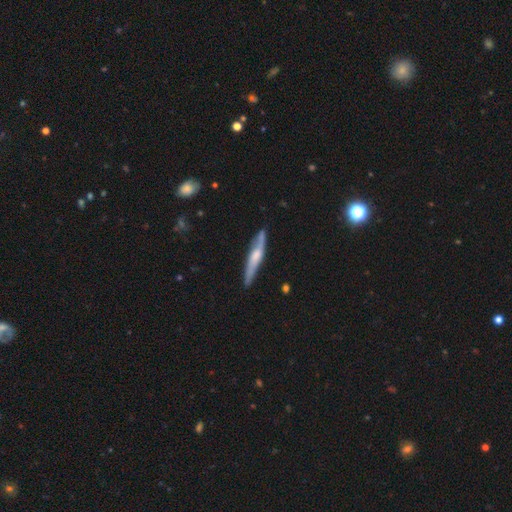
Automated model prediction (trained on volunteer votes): This is likely a featured or disk galaxy (61%). It is clearly viewed edge-on (85%). Edge-on bulge: likely rounded (65%). Merging: clearly none (80%).